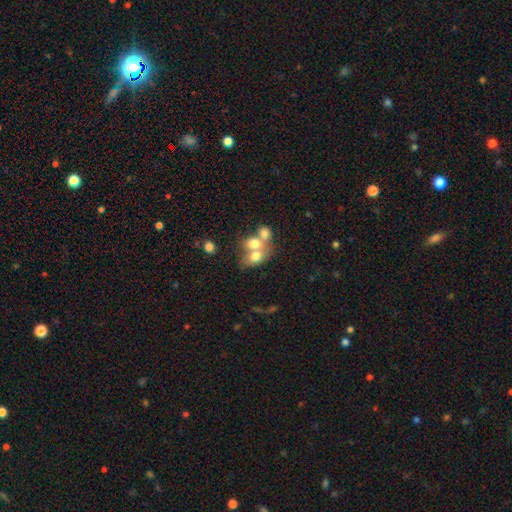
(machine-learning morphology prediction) Q: Smooth or featured?
A: smooth (68%); runner-up: featured or disk (21%)
Q: How rounded?
A: in between (59%); runner-up: round (39%)
Q: Merging?
A: merger (65%); runner-up: none (21%)